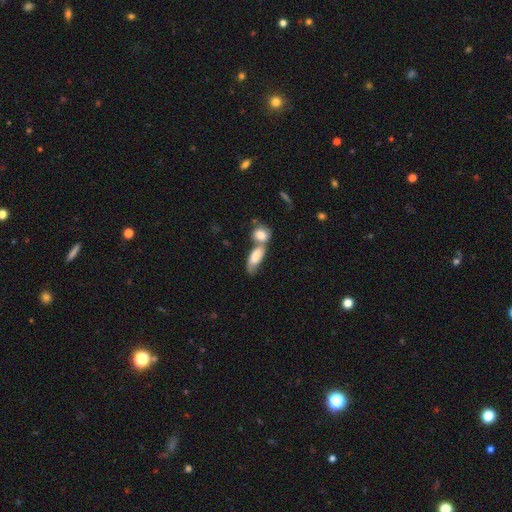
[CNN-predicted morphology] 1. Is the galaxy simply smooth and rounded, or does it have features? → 76% smooth, 17% featured or disk, 7% star or artifact.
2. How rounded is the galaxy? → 79% in between, 15% cigar-shaped, 6% round.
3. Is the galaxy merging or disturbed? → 60% merger, 21% none, 12% minor disturbance, 7% major disturbance.